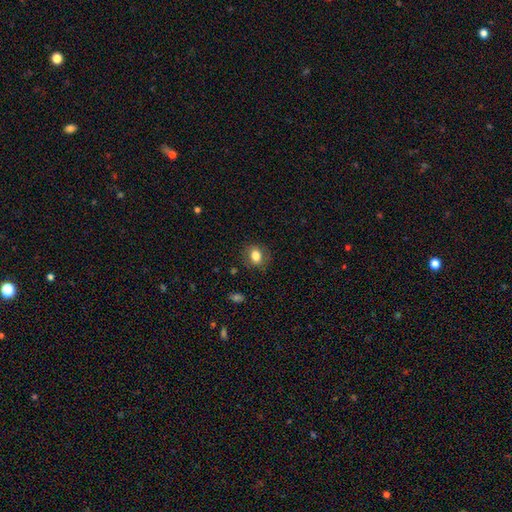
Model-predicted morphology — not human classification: A smooth galaxy with no disk features (80%) that is round (50%). Merging: none (82%).